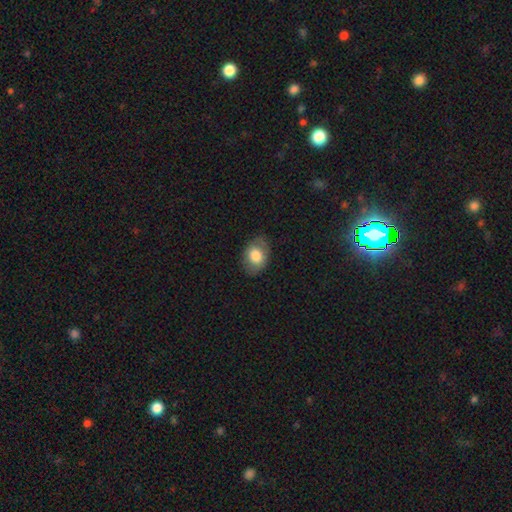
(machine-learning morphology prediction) Overall: smooth (77%). How rounded: in between (78%). Merging: none (79%).